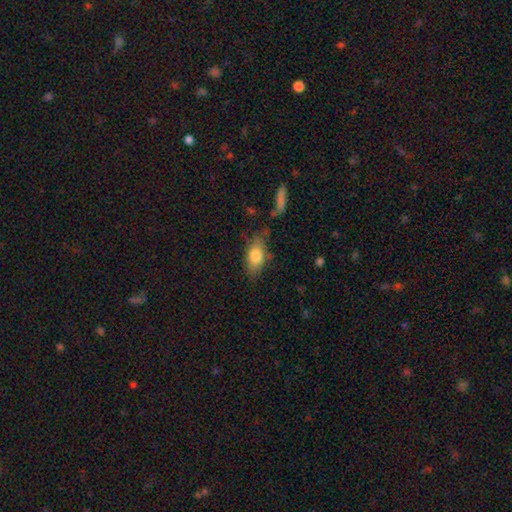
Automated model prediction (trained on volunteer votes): smooth-or-featured: smooth: 79% | featured or disk: 13% | star or artifact: 7%
  how-rounded: in between: 86% | cigar-shaped: 8% | round: 7%
  merging: none: 68% | minor disturbance: 21% | major disturbance: 7% | merger: 4%